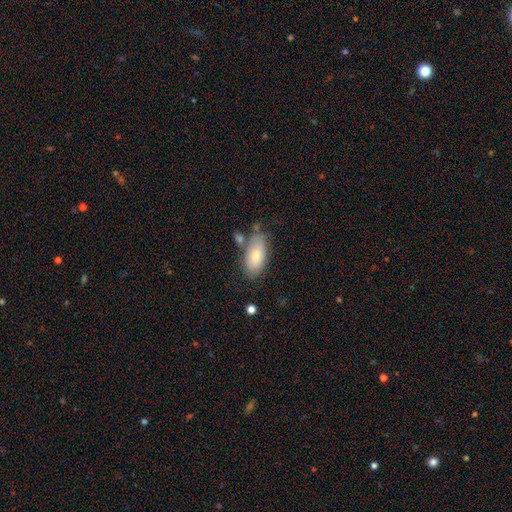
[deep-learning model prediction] smooth 74%, featured or disk 19%, star or artifact 6%. Down the decision tree: how rounded — in between (92%); merging — none (65%).